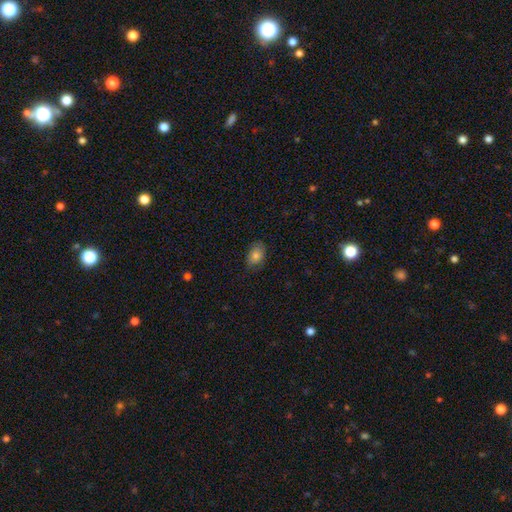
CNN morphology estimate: Overall: smooth (80%). How rounded: in between (84%). Merging: none (78%).